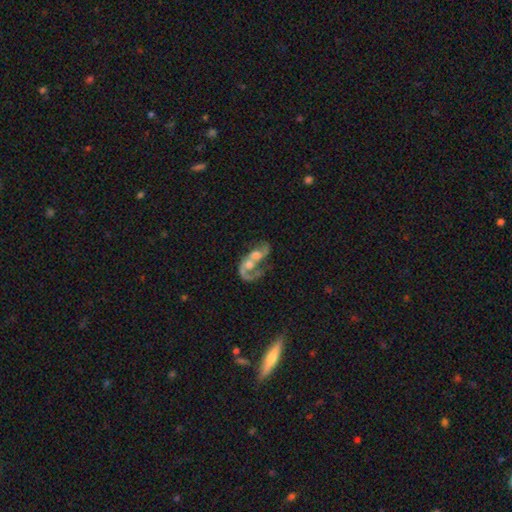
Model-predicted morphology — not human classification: smooth_or_featured: featured or disk (p=0.71) [alt: smooth p=0.21]
disk_edge_on: no (p=0.96) [alt: yes p=0.04]
bar: no (p=0.71) [alt: weak p=0.23]
has_spiral_arms: yes (p=0.73) [alt: no p=0.27]
spiral_winding: loose (p=0.60) [alt: medium p=0.29]
spiral_arm_count: 1 (p=0.45) [alt: 2 p=0.42]
bulge_size: moderate (p=0.55) [alt: small p=0.17]
merging: merger (p=0.70) [alt: major disturbance p=0.14]